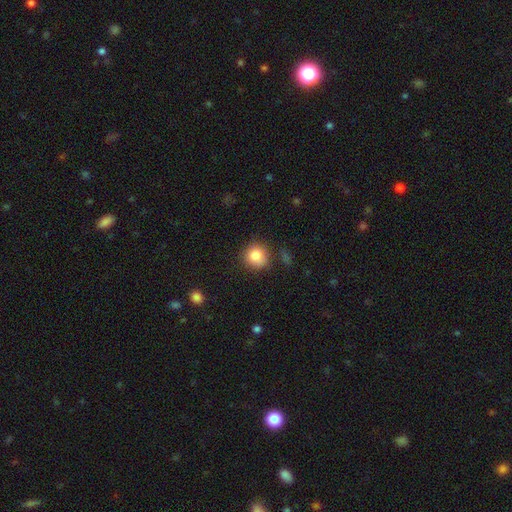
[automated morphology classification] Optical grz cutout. It shows a smooth galaxy with no disk features (84%) that is round (89%). Merging: none (80%).